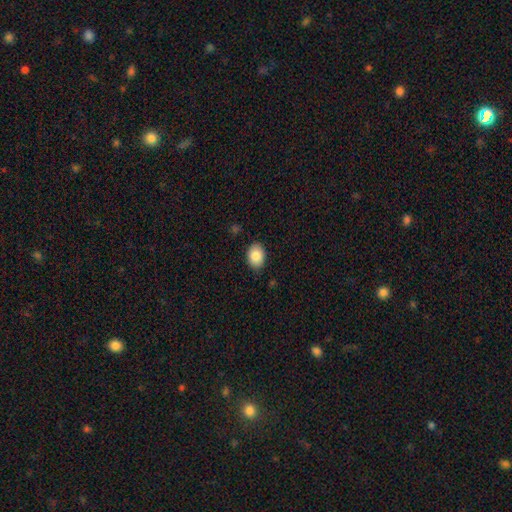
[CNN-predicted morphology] Overall: smooth (86%). How rounded: in between (78%). Merging: none (86%).